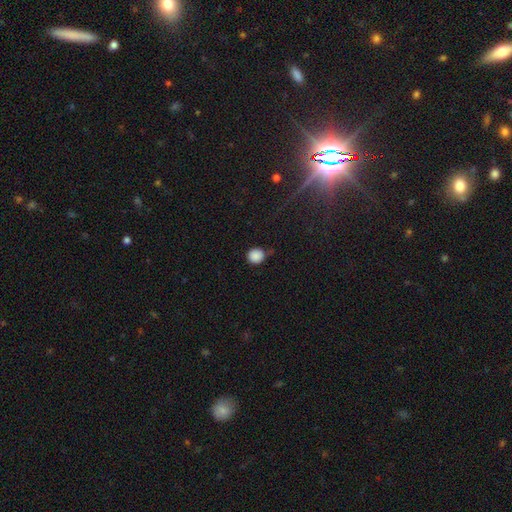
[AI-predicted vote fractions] Overall: smooth (86%). How rounded: round (91%). Merging: none (76%).